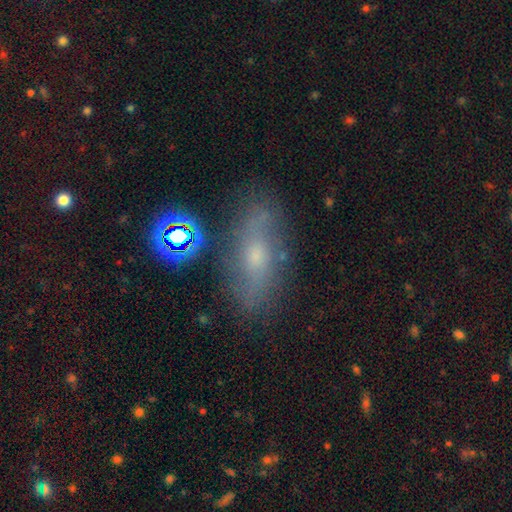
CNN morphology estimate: smooth_or_featured: featured or disk (p=0.44) [alt: smooth p=0.39]
merging: none (p=0.74) [alt: minor disturbance p=0.17]